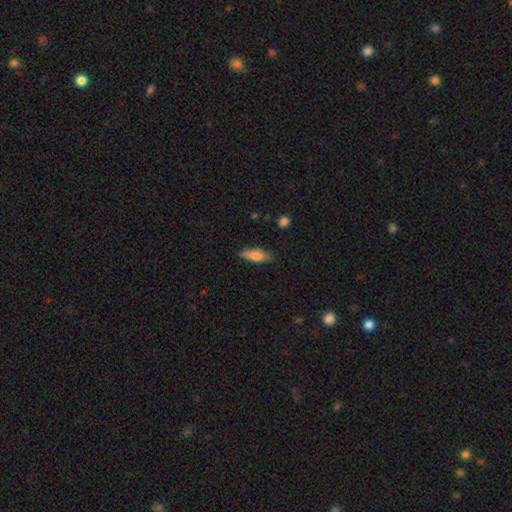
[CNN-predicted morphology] A smooth galaxy with no disk features (75%) that is in between round and cigar-shaped (54%).

Vote fractions:
- Smooth or featured? smooth: 75% / featured or disk: 18% / star or artifact: 7%
- How rounded? in between: 54% / cigar-shaped: 43% / round: 2%
- Merging? none: 80% / minor disturbance: 16% / major disturbance: 3% / merger: 1%